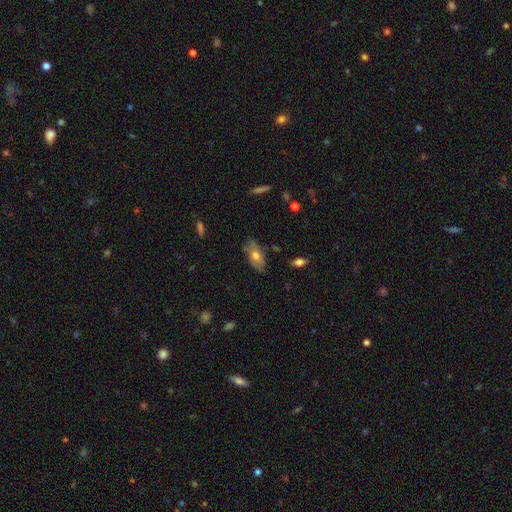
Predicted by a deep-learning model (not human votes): This is likely a smooth galaxy (61%). How rounded: clearly in between (89%). Merging: likely none (77%).